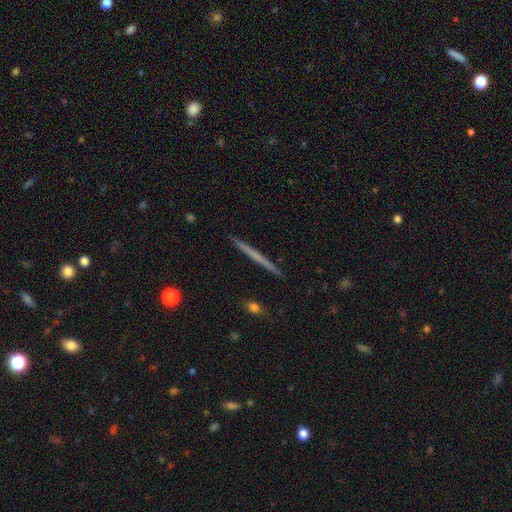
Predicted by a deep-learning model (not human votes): featured or disk 52%, smooth 42%, star or artifact 6%. Down the decision tree: edge-on disk — yes (98%); edge-on bulge — none (88%); merging — none (93%).